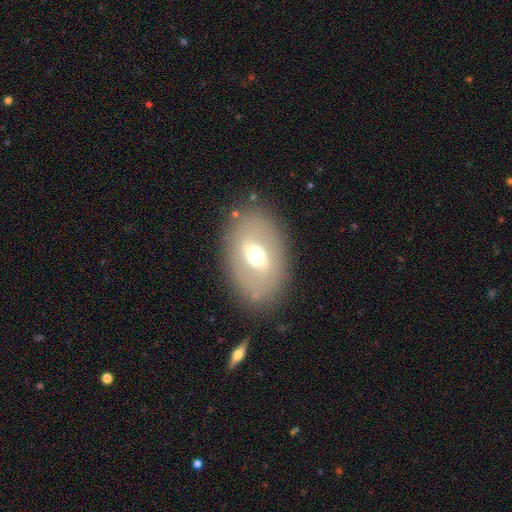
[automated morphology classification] Overall: smooth (46%; featured or disk 45%). Merging: none (82%).